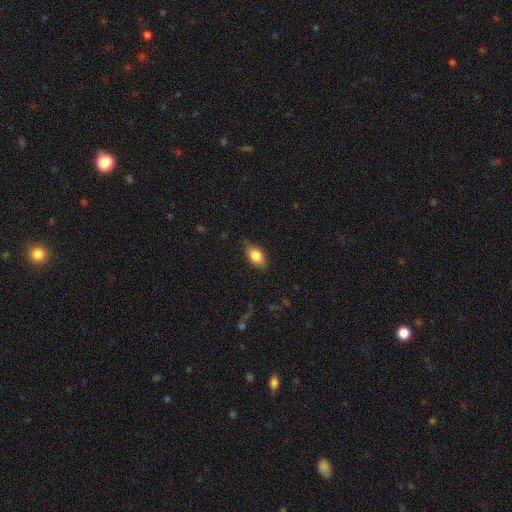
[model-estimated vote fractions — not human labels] smooth-or-featured: smooth: 84% | featured or disk: 9% | star or artifact: 7%
  how-rounded: in between: 88% | round: 9% | cigar-shaped: 3%
  merging: none: 77% | minor disturbance: 18% | major disturbance: 4% | merger: 1%